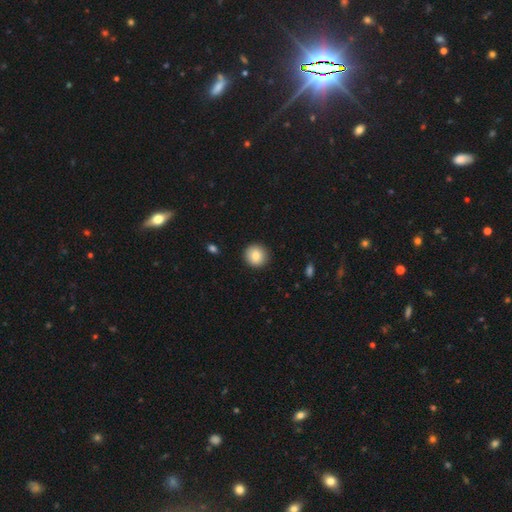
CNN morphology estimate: This appears to be a smooth galaxy with no disk features (83%) that is round (93%). Merging: none (91%).